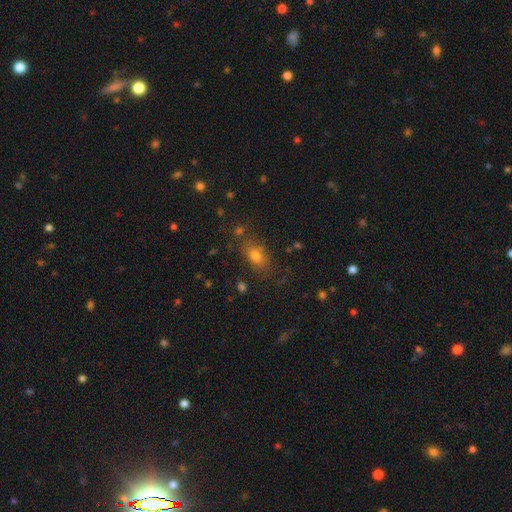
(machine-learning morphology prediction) Smooth or featured? smooth (73%)
How rounded? in between (77%)
Merging? none (74%)